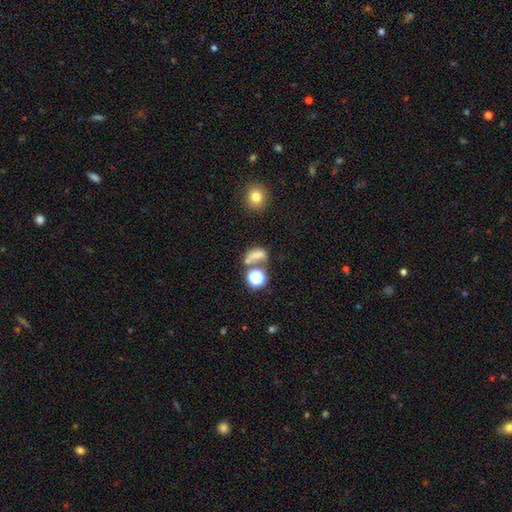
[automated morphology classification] smooth 63%, star or artifact 22%, featured or disk 16%. Down the decision tree: how rounded — in between (63%); merging — none (36%).